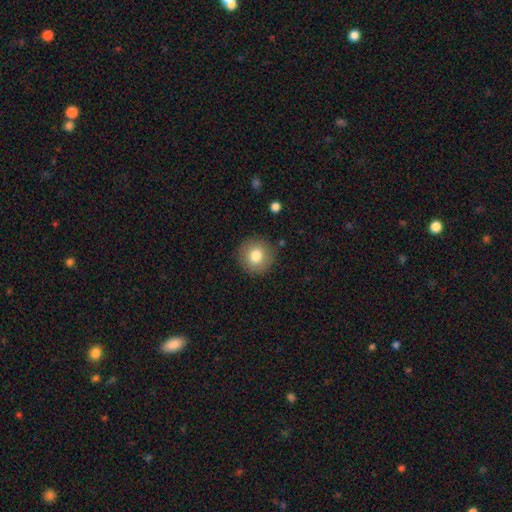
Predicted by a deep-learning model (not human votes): smooth_or_featured: smooth (p=0.79) [alt: featured or disk p=0.12]
how_rounded: round (p=0.93) [alt: in between p=0.06]
merging: none (p=0.89) [alt: minor disturbance p=0.07]